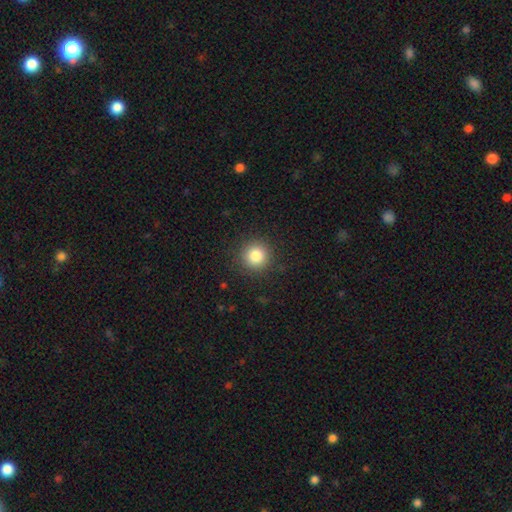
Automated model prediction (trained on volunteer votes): A smooth galaxy with no disk features (84%) that is round (94%).

Vote fractions:
- Smooth or featured? smooth: 84% / star or artifact: 11% / featured or disk: 6%
- How rounded? round: 94% / in between: 5% / cigar-shaped: 1%
- Merging? none: 90% / minor disturbance: 6% / major disturbance: 2% / merger: 1%